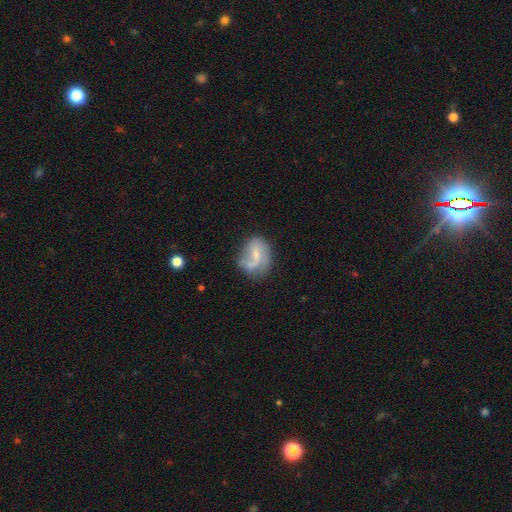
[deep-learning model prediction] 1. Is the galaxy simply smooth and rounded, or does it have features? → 63% featured or disk, 30% smooth, 7% star or artifact.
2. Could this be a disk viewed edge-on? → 98% no, 2% yes.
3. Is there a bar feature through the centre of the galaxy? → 47% weak, 41% no, 12% strong.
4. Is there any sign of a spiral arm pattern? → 79% yes, 21% no.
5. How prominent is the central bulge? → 57% small, 27% moderate, 13% none, 2% large, 1% dominant.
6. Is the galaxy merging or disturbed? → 45% none, 27% minor disturbance, 20% major disturbance, 8% merger.